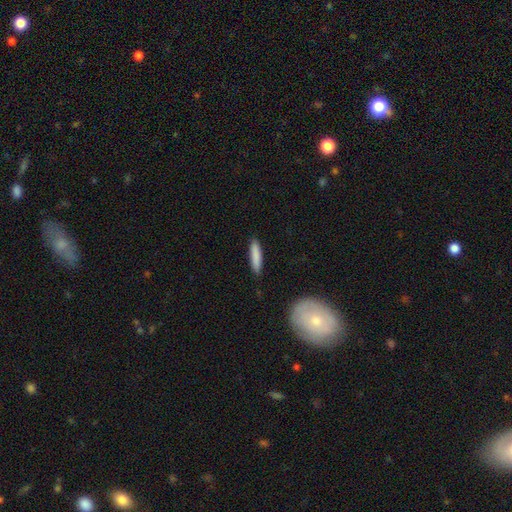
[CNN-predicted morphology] This appears to be a smooth galaxy with no disk features (85%) that is cigar-shaped (84%). Merging: none (89%).